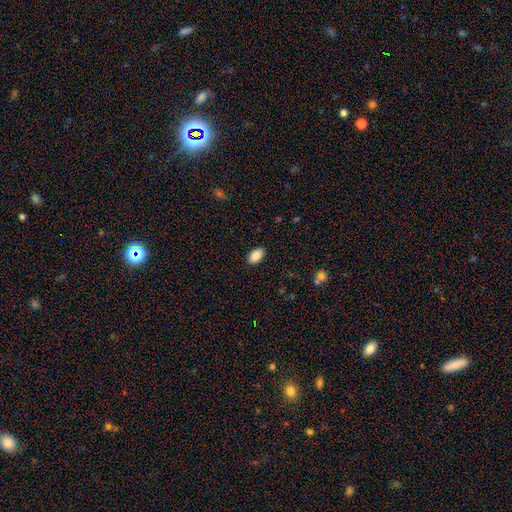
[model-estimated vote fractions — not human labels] smooth_or_featured: smooth (p=0.88) [alt: star or artifact p=0.07]
how_rounded: in between (p=0.94) [alt: round p=0.04]
merging: none (p=0.89) [alt: minor disturbance p=0.08]